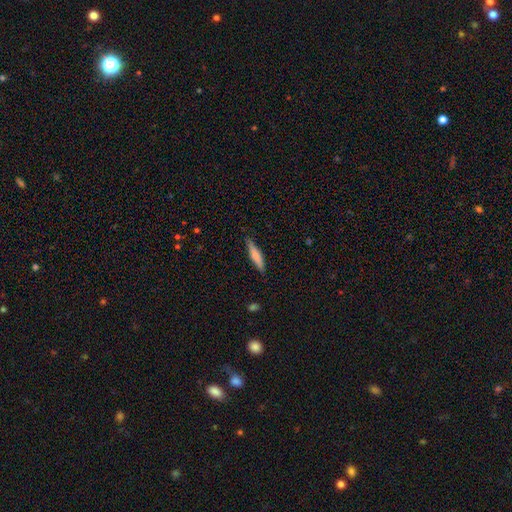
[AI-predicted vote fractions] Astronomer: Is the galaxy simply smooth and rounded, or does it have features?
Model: smooth — 68%.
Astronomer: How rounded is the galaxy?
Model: cigar-shaped — 86%.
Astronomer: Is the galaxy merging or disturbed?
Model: none — 85%.